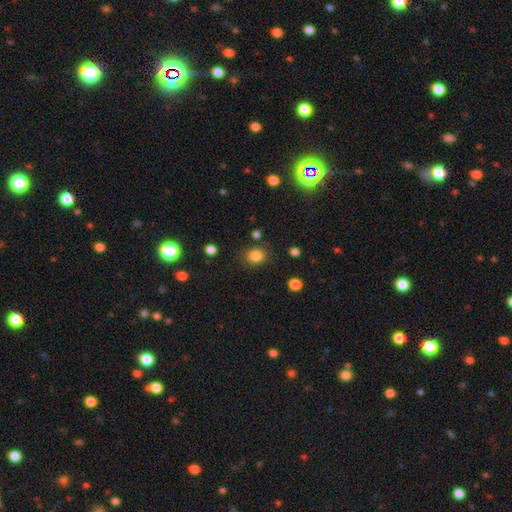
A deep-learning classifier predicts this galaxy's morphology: The model was most divided on "how rounded": round: 69%, in between: 30%, cigar-shaped: 1%. More confident: merging — none (83%); smooth or featured — smooth (83%).